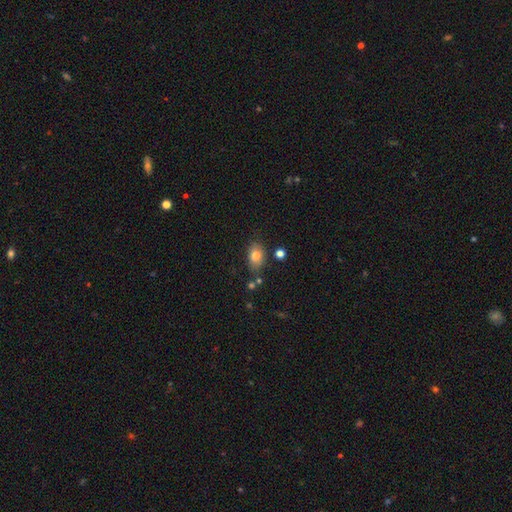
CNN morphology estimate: Smooth or featured? smooth (79%)
How rounded? in between (83%)
Merging? none (76%)